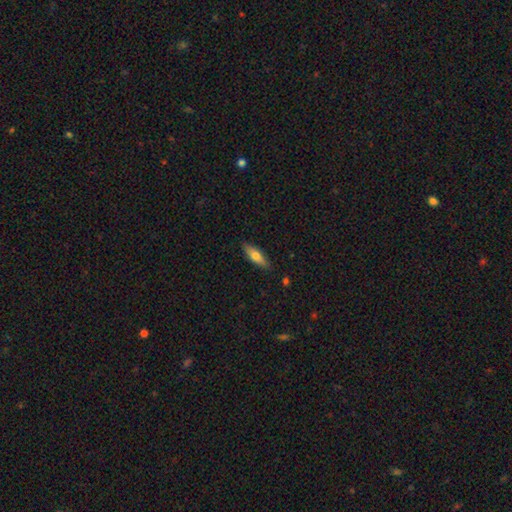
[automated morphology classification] smooth 65%, featured or disk 28%, star or artifact 6%. Down the decision tree: how rounded — in between (52%); merging — none (87%).